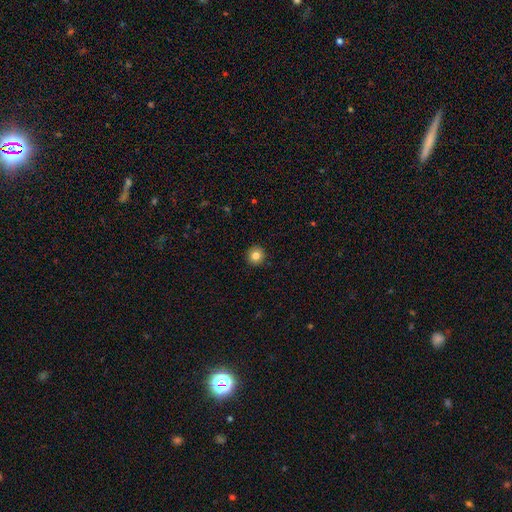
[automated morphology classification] Q: Smooth or featured?
A: smooth (83%); runner-up: star or artifact (10%)
Q: How rounded?
A: round (94%); runner-up: in between (5%)
Q: Merging?
A: none (92%); runner-up: minor disturbance (5%)